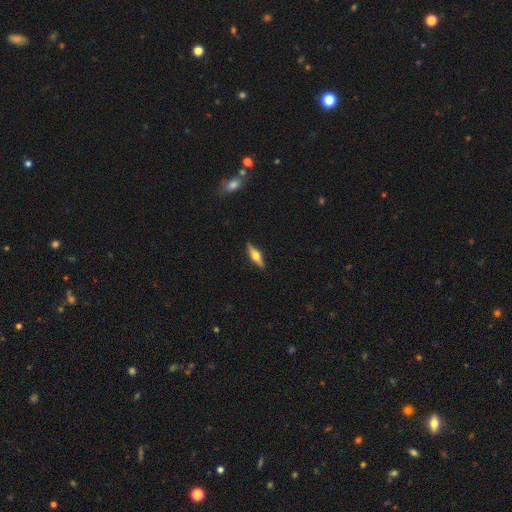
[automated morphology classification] Q: Smooth or featured?
A: featured or disk (59%); runner-up: smooth (35%)
Q: Edge-on disk?
A: yes (95%); runner-up: no (5%)
Q: Edge-on bulge?
A: rounded (93%); runner-up: boxy (5%)
Q: Merging?
A: none (89%); runner-up: minor disturbance (8%)